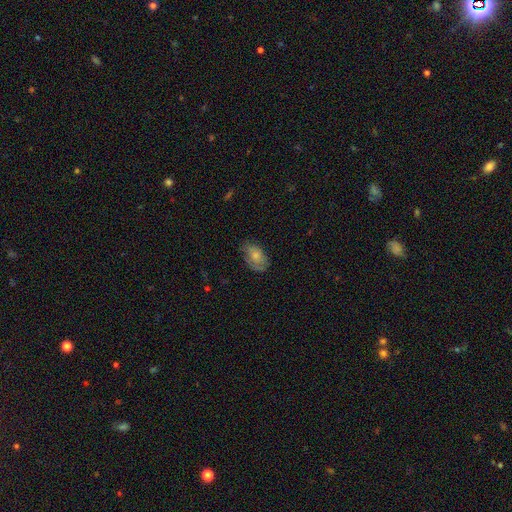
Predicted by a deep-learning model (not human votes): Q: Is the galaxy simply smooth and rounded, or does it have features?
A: smooth — 69%.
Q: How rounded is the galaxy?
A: in between — 89%.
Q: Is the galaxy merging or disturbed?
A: none — 61%.